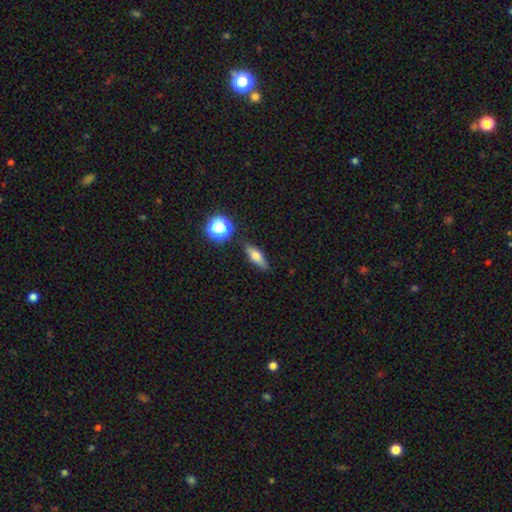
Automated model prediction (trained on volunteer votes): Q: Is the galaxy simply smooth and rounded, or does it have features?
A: smooth — 58%.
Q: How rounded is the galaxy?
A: cigar-shaped — 47%.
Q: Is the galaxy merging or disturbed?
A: none — 84%.